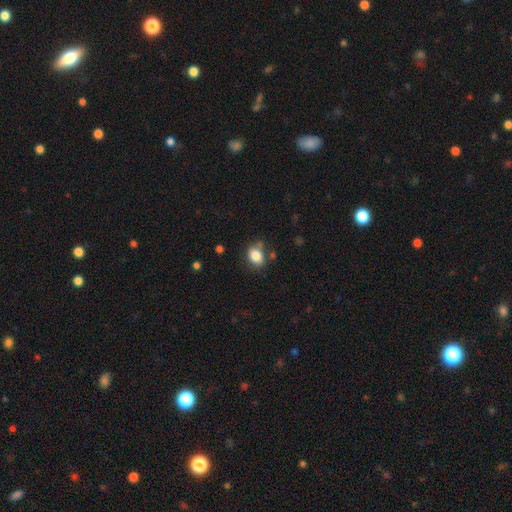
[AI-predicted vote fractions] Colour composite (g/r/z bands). It shows a smooth galaxy with no disk features (83%) that is in between round and cigar-shaped (65%). Merging: none (70%).